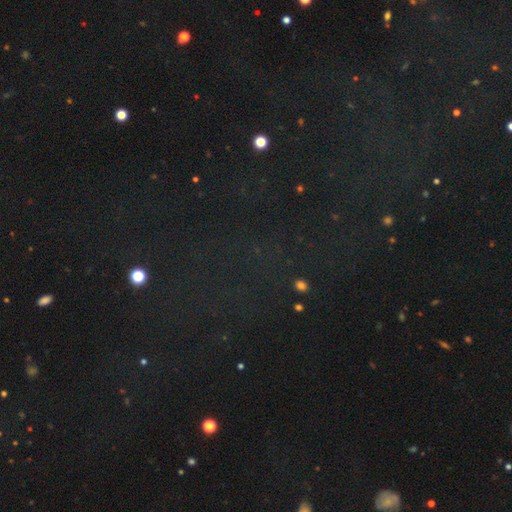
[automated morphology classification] star or artifact 74%, smooth 17%, featured or disk 9%.